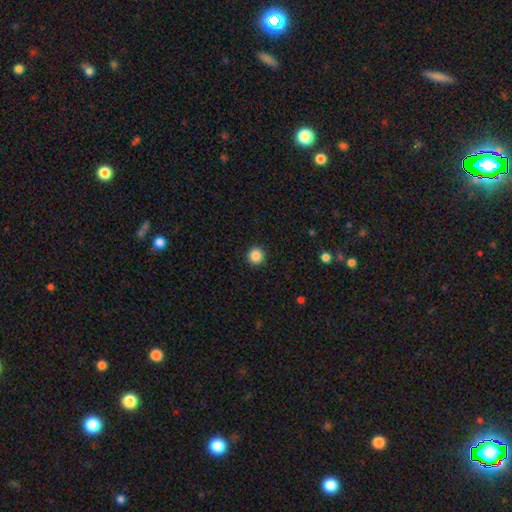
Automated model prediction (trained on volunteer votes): Morphology: type=smooth (87%); roundness=round (96%); merging=none (93%).